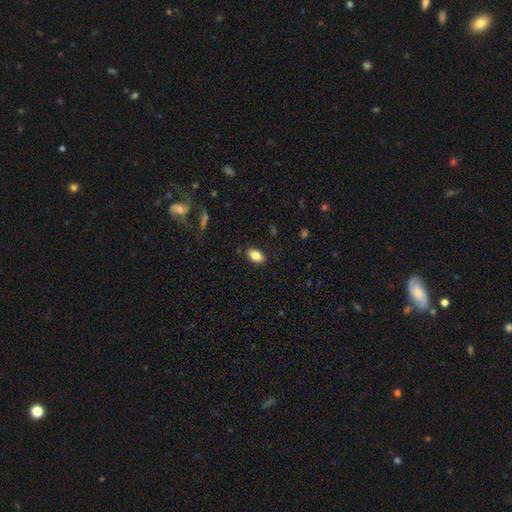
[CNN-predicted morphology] smooth-or-featured: smooth: 84% | star or artifact: 8% | featured or disk: 8%
  how-rounded: in between: 91% | round: 7% | cigar-shaped: 2%
  merging: none: 86% | minor disturbance: 10% | major disturbance: 2% | merger: 1%